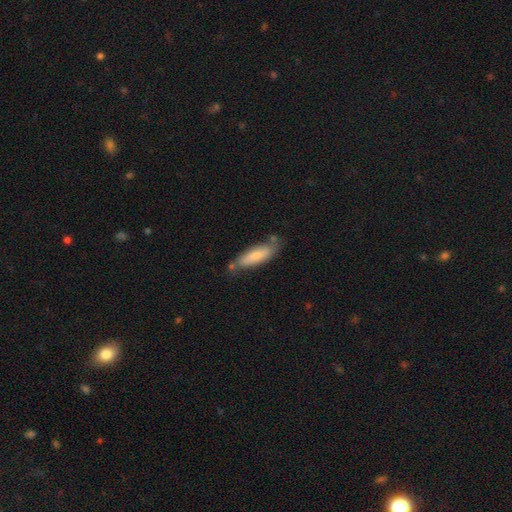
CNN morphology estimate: smooth_or_featured: smooth (p=0.73) [alt: featured or disk p=0.21]
how_rounded: cigar-shaped (p=0.57) [alt: in between p=0.42]
merging: none (p=0.63) [alt: minor disturbance p=0.23]